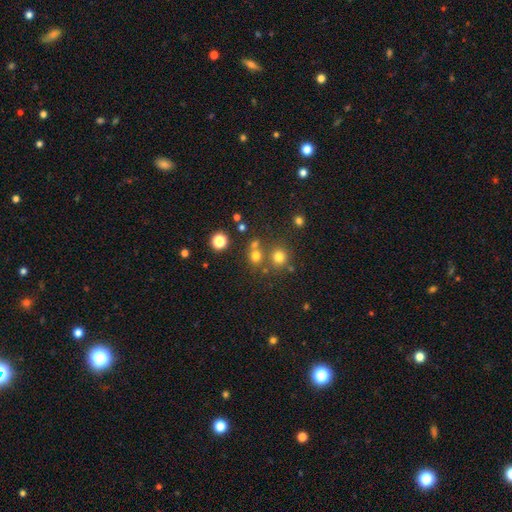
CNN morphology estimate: A smooth galaxy with no disk features (70%) that is round (86%).

Vote fractions:
- Smooth or featured? smooth: 70% / star or artifact: 22% / featured or disk: 9%
- How rounded? round: 86% / in between: 13% / cigar-shaped: 1%
- Merging? none: 63% / merger: 25% / minor disturbance: 8% / major disturbance: 4%